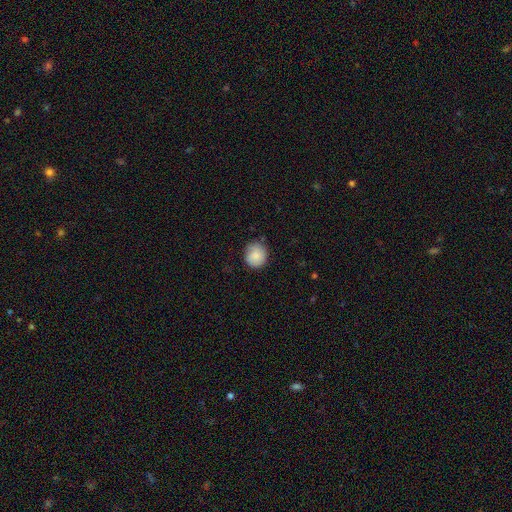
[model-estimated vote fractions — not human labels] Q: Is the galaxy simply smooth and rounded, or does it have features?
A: smooth — 85%.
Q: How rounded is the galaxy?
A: round — 87%.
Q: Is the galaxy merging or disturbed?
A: none — 78%.